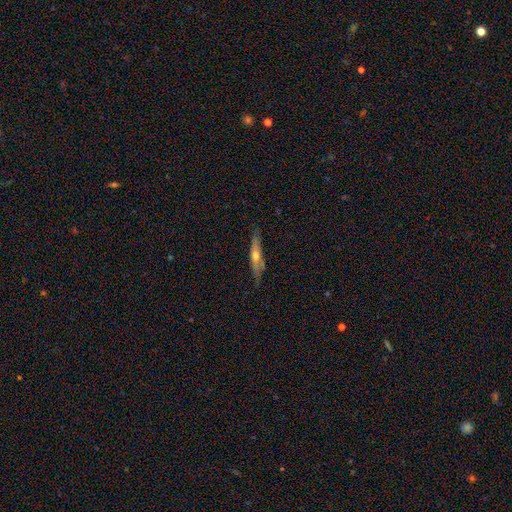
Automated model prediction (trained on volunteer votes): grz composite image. It shows a featured or disk galaxy (61%) viewed edge-on (91%) with a rounded central bulge (88%). Merging: none (81%).